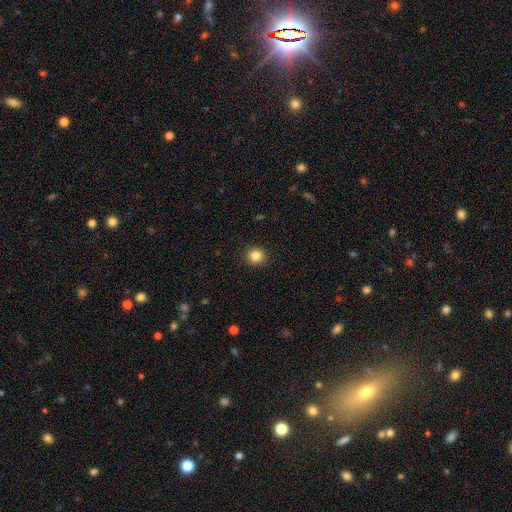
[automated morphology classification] A smooth galaxy with no disk features (85%) that is round (90%). Merging: none (92%).